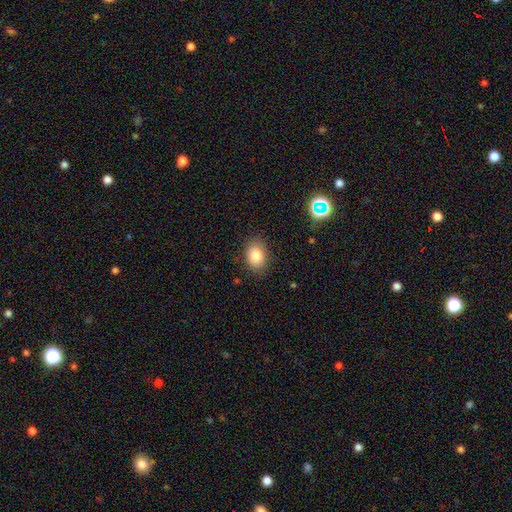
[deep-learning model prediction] Smooth or featured? Predicted: smooth (p=0.84). How rounded? Predicted: in between (p=0.77). Merging? Predicted: none (p=0.84).